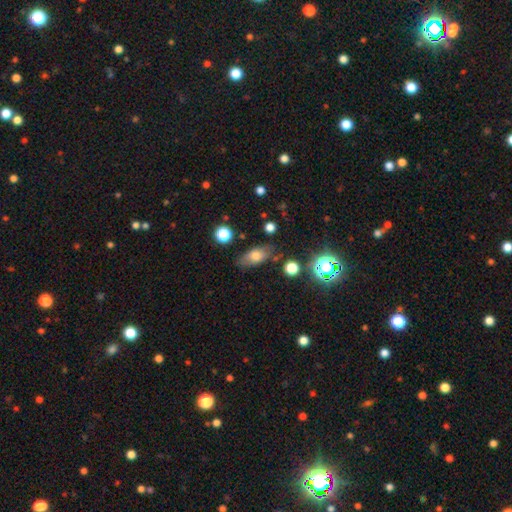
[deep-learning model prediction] A smooth galaxy with no disk features (69%) that is in between round and cigar-shaped (81%). Merging: none (74%).